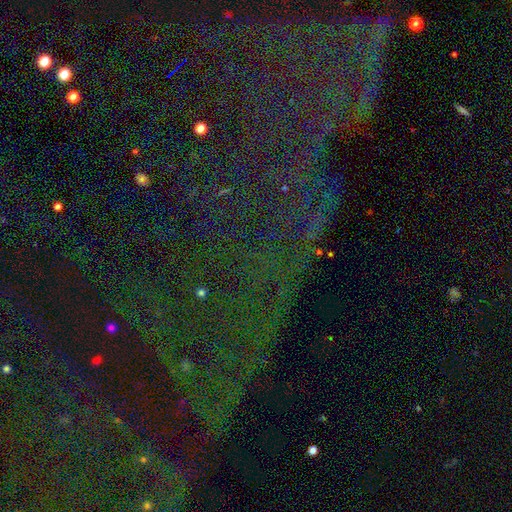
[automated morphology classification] Smooth or featured: star or artifact — 82% (smooth — 9%)